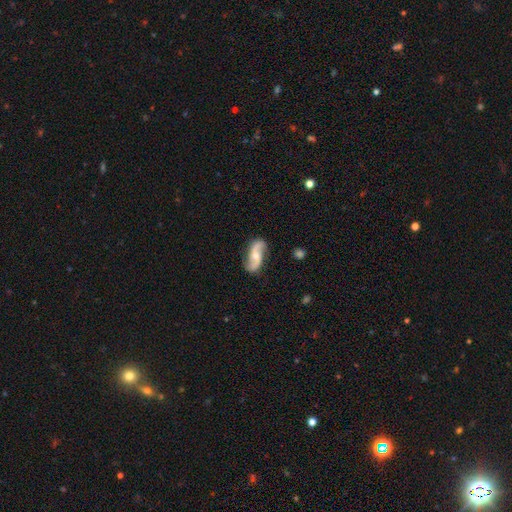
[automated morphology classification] Smooth or featured?
  - featured or disk: 80% *
  - smooth: 15%
  - star or artifact: 5%
Edge-on disk?
  - no: 95% *
  - yes: 5%
Bar?
  - no: 56% *
  - weak: 31%
  - strong: 13%
Spiral arms?
  - yes: 94% *
  - no: 6%
Spiral winding?
  - loose: 64% *
  - medium: 26%
  - tight: 9%
Spiral arm count?
  - 2: 93% *
  - can't tell: 3%
  - 1: 1%
  - 3: 1%
  - 4: 1%
  - more than 4: 1%
Bulge size?
  - moderate: 59% *
  - small: 35%
  - large: 3%
  - none: 2%
  - dominant: 1%
Merging?
  - none: 80% *
  - minor disturbance: 14%
  - major disturbance: 4%
  - merger: 2%